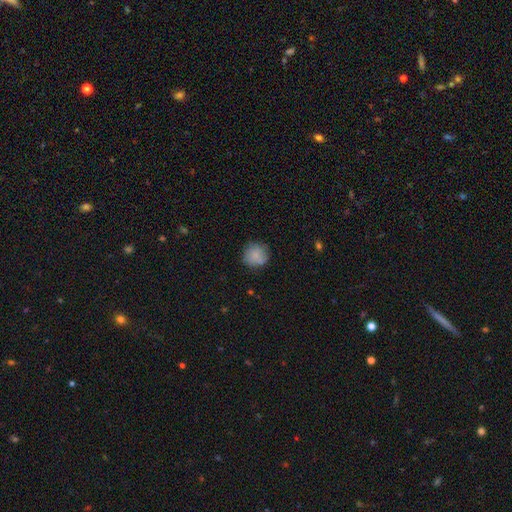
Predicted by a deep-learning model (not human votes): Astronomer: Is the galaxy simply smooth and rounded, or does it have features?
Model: smooth — 81%.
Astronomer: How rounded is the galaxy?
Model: round — 92%.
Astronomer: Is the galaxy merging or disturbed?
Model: none — 77%.